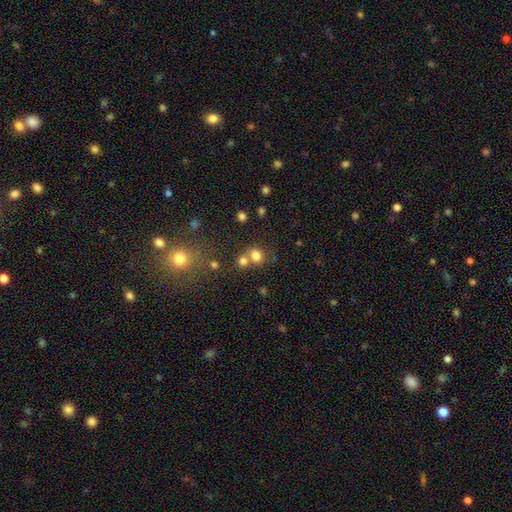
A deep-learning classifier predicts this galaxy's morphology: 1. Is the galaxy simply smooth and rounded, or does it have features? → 76% smooth, 14% star or artifact, 9% featured or disk.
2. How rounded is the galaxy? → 78% round, 21% in between, 1% cigar-shaped.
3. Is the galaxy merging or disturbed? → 49% none, 40% merger, 8% minor disturbance, 4% major disturbance.